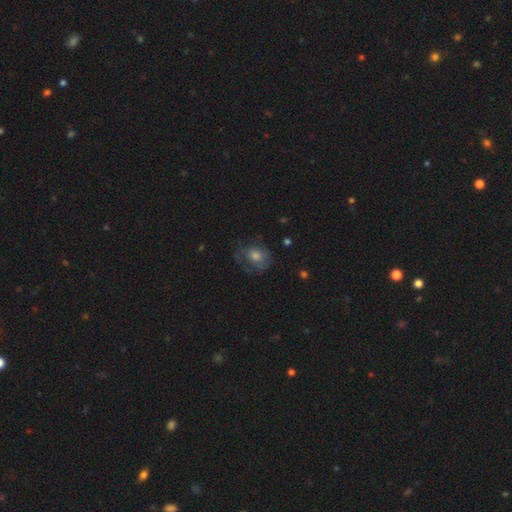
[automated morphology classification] Smooth or featured? smooth (48%)
Merging? none (57%)